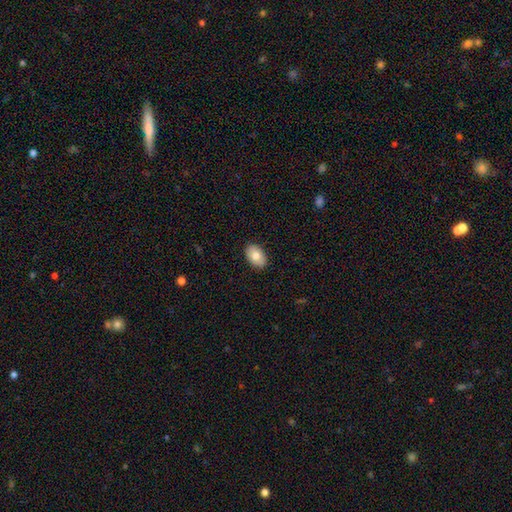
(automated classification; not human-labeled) smooth 78%, featured or disk 15%, star or artifact 7%. Down the decision tree: how rounded — in between (87%); merging — none (89%).